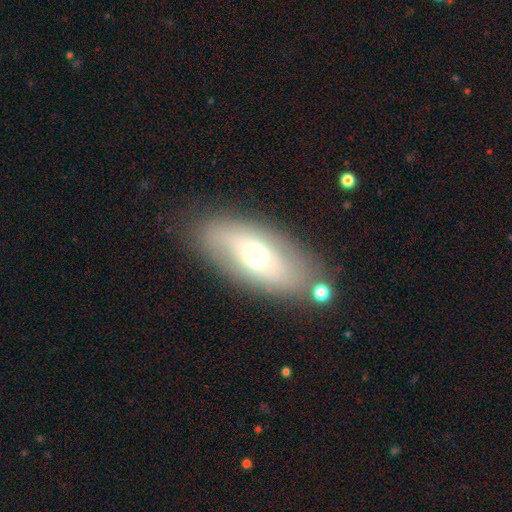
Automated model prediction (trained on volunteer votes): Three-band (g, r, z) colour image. It shows a featured or disk galaxy (48%). Merging: none (78%).